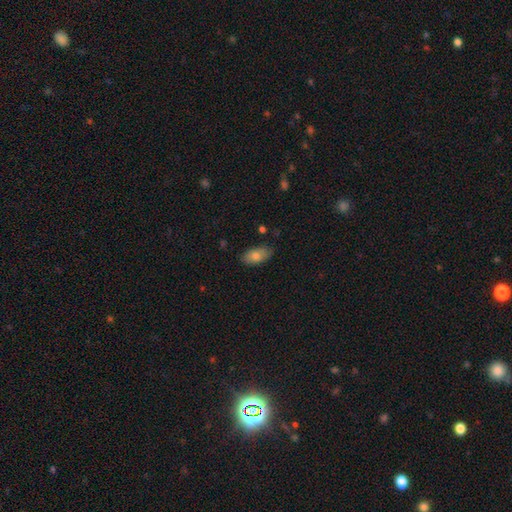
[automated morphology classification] Smooth or featured: smooth — 78% (featured or disk — 15%)
How rounded: in between — 92% (round — 4%)
Merging: none — 80% (minor disturbance — 16%)